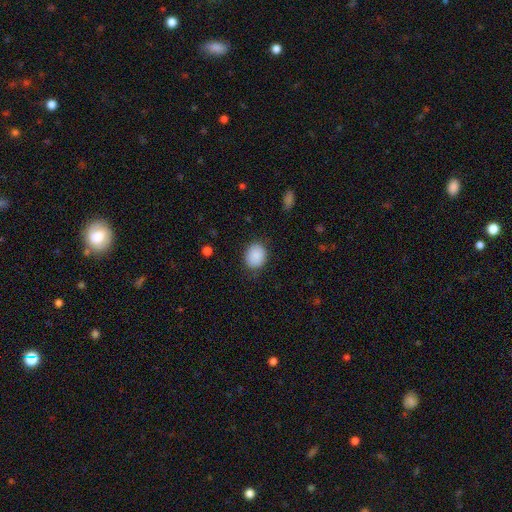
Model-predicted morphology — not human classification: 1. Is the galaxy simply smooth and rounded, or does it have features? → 88% smooth, 7% star or artifact, 4% featured or disk.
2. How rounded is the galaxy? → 53% round, 46% in between, 1% cigar-shaped.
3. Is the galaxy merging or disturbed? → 82% none, 13% minor disturbance, 4% major disturbance, 1% merger.